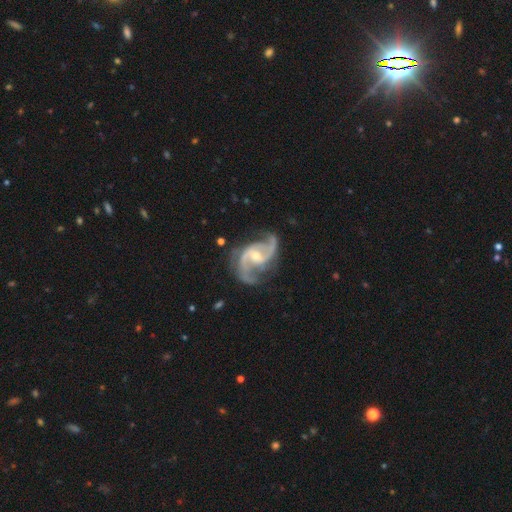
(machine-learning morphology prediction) The model was most divided on "bulge size": small: 50%, moderate: 46%, large: 2%, none: 1%, dominant: 1%. Remaining: spiral arms — yes (98%); edge-on disk — no (98%); smooth or featured — featured or disk (93%); spiral arm count — 2 (85%); merging — none (70%); spiral winding — medium (57%); bar — weak (44%).